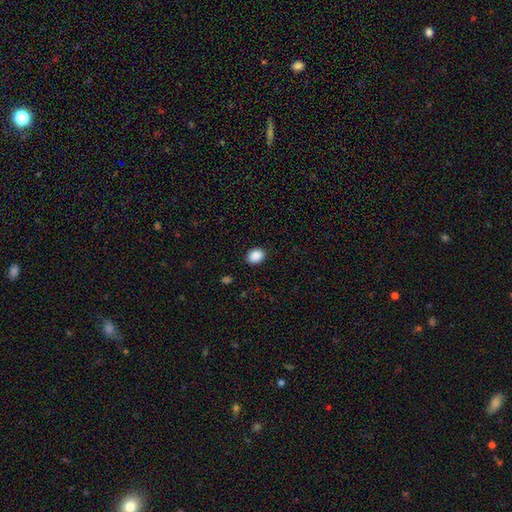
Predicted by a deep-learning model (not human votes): A smooth galaxy with no disk features (89%) that is in between round and cigar-shaped (54%). Merging: none (90%).